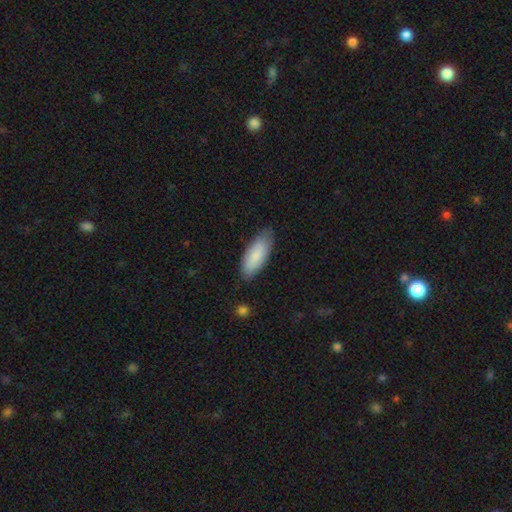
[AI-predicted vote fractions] smooth-or-featured: smooth: 83% | featured or disk: 12% | star or artifact: 5%
  how-rounded: in between: 77% | cigar-shaped: 21% | round: 2%
  merging: none: 78% | minor disturbance: 18% | major disturbance: 3% | merger: 1%